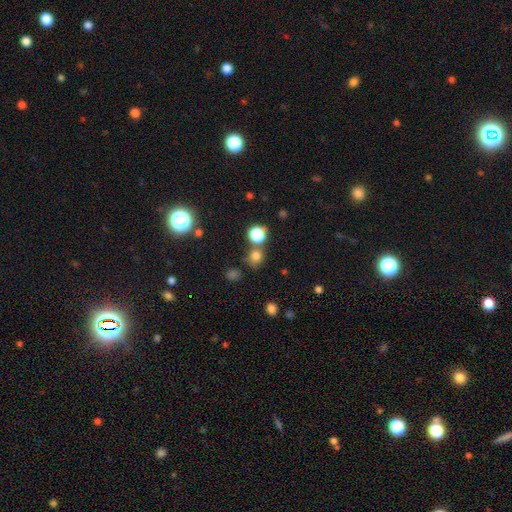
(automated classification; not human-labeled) Smooth or featured? Predicted: smooth (p=0.72). How rounded? Predicted: round (p=0.82). Merging? Predicted: none (p=0.68).